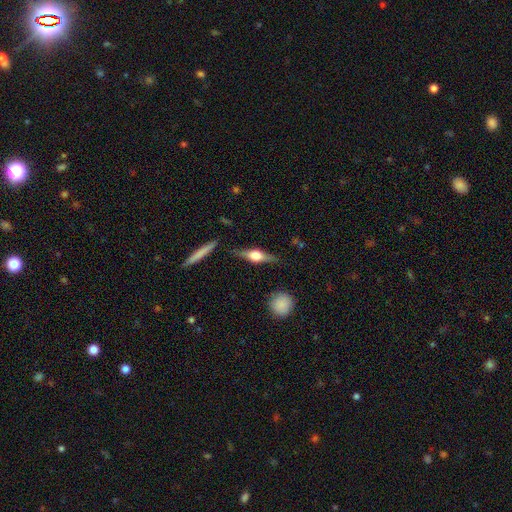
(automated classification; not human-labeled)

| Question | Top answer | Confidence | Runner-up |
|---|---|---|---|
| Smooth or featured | featured or disk | 69% | smooth (25%) |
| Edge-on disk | yes | 96% | no (4%) |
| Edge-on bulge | rounded | 91% | boxy (7%) |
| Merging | none | 82% | minor disturbance (12%) |